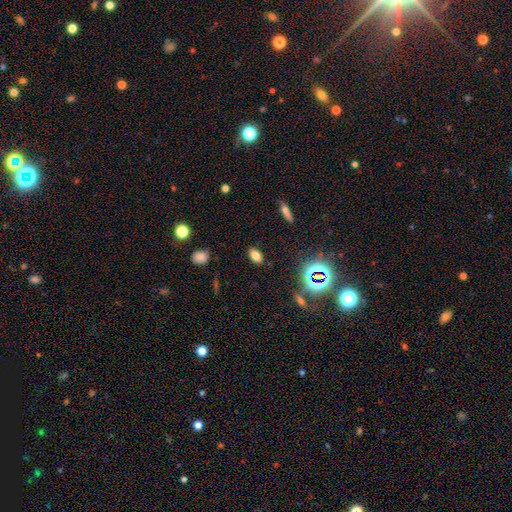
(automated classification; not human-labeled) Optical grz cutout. It shows a smooth galaxy with no disk features (73%) that is in between round and cigar-shaped (87%). Merging: none (86%).